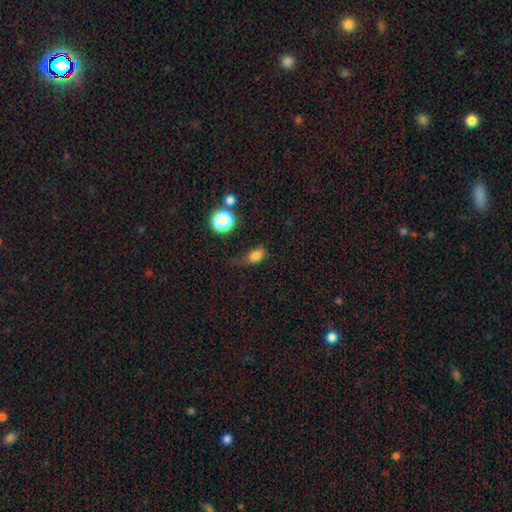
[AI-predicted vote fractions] A smooth galaxy with no disk features (77%) that is in between round and cigar-shaped (68%). Merging: none (38%).